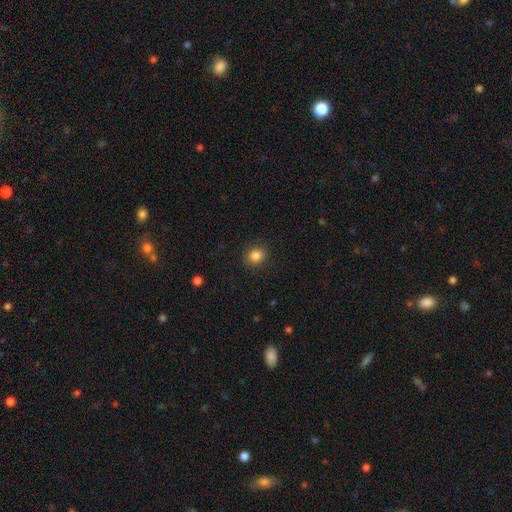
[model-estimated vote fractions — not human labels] Smooth or featured: smooth — 85% (star or artifact — 10%)
How rounded: round — 72% (in between — 27%)
Merging: none — 89% (minor disturbance — 8%)